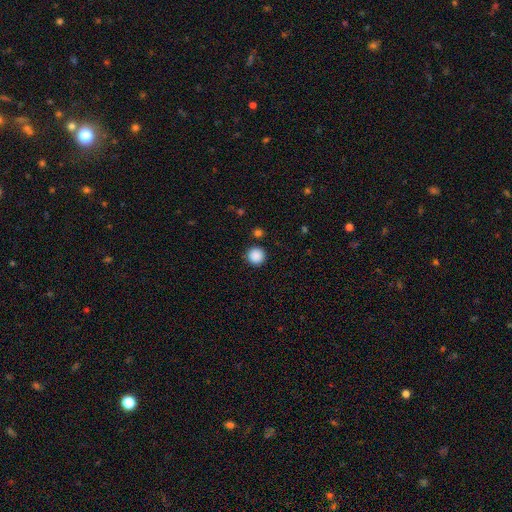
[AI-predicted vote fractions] Smooth or featured? smooth (88%)
How rounded? round (95%)
Merging? none (90%)